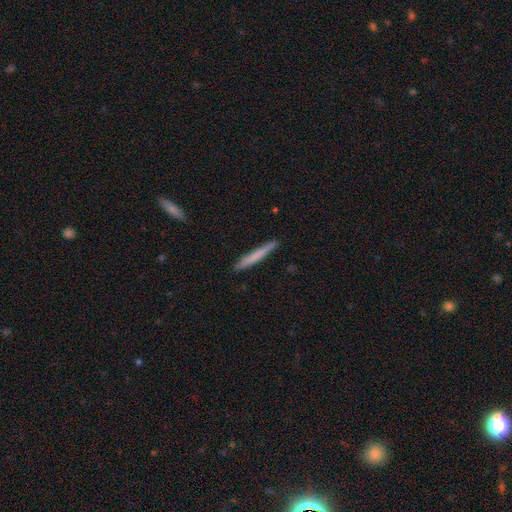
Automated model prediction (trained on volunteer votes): Smooth or featured? Predicted: smooth (p=0.68). How rounded? Predicted: cigar-shaped (p=0.97). Merging? Predicted: none (p=0.90).